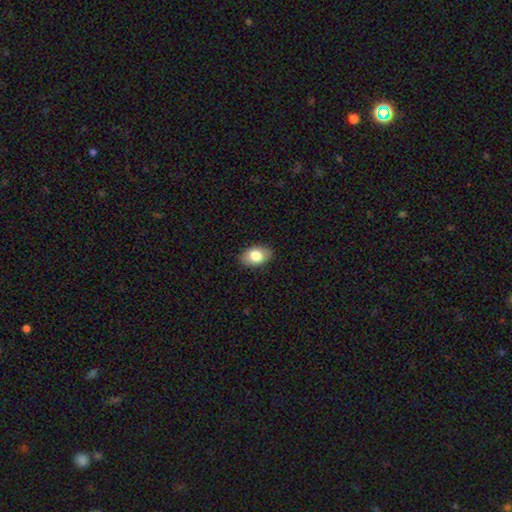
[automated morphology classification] A smooth galaxy with no disk features (80%) that is in between round and cigar-shaped (87%). Merging: none (87%).